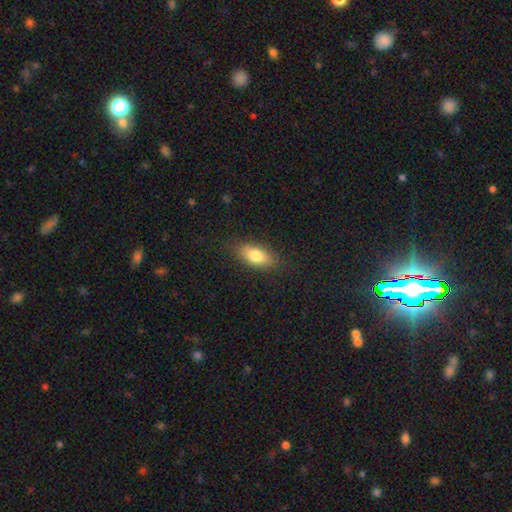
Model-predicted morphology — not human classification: type=smooth (78%); roundness=in between (83%); merging=none (82%).